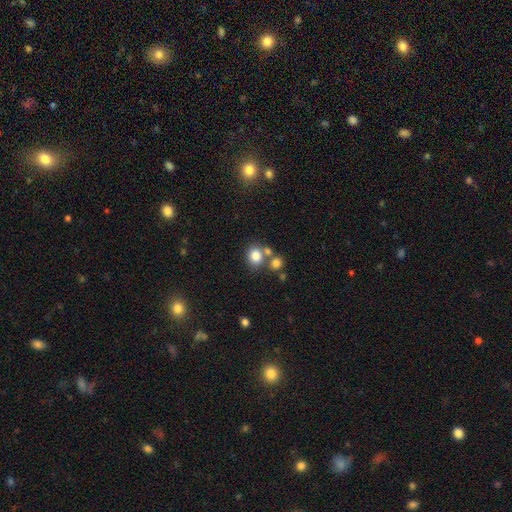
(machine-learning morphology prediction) type=smooth (79%); roundness=round (68%); merging=none (57%).